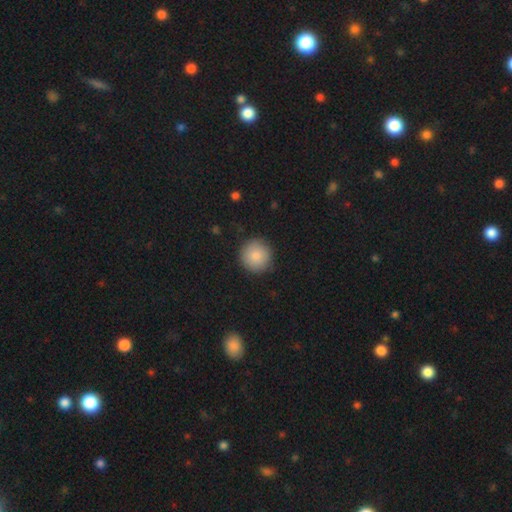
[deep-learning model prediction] Smooth or featured? smooth (86%)
How rounded? round (95%)
Merging? none (90%)